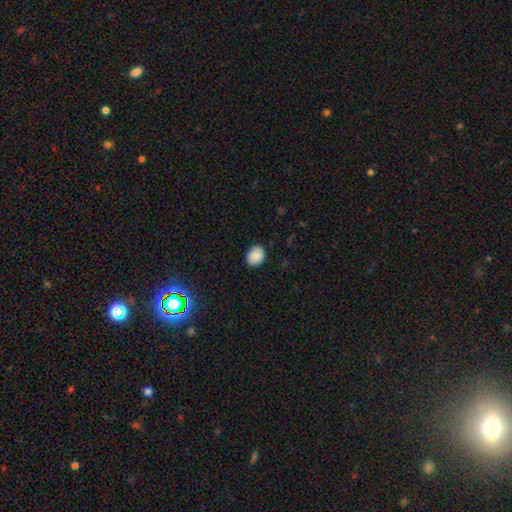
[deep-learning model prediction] smooth-or-featured: smooth: 88% | star or artifact: 8% | featured or disk: 4%
  how-rounded: in between: 55% | round: 45% | cigar-shaped: 1%
  merging: none: 85% | minor disturbance: 12% | major disturbance: 2% | merger: 1%